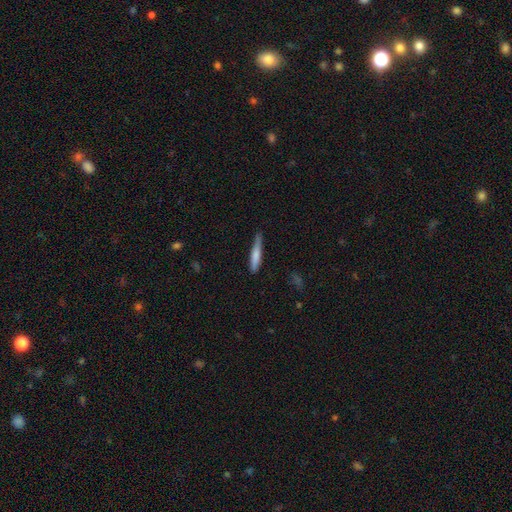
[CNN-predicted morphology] Smooth or featured? smooth (72%)
How rounded? cigar-shaped (91%)
Merging? none (68%)